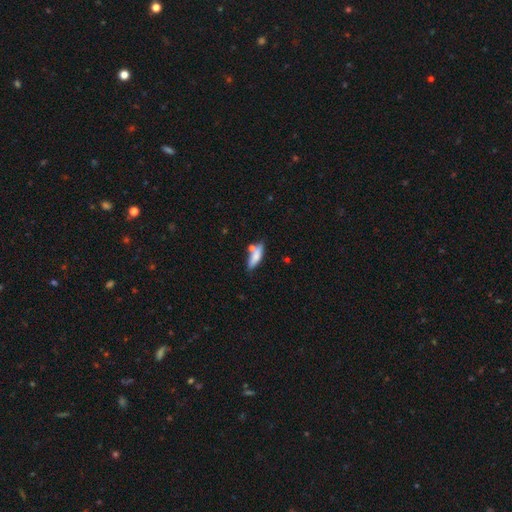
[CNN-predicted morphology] A smooth galaxy with no disk features (75%) that is cigar-shaped (56%). Merging: none (60%).